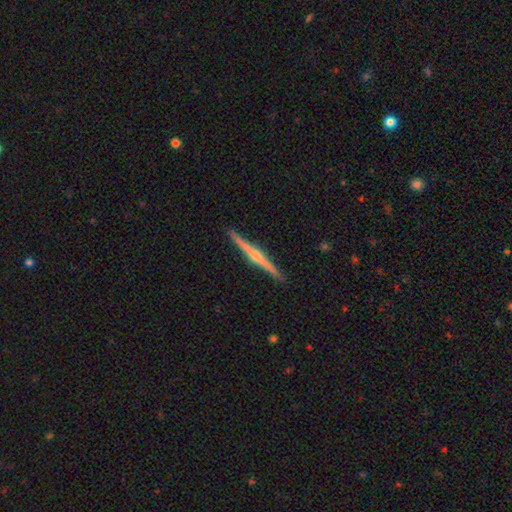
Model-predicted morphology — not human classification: Smooth or featured? Predicted: featured or disk (p=0.78). Edge-on disk? Predicted: yes (p=0.99). Edge-on bulge? Predicted: rounded (p=0.84). Merging? Predicted: none (p=0.92).